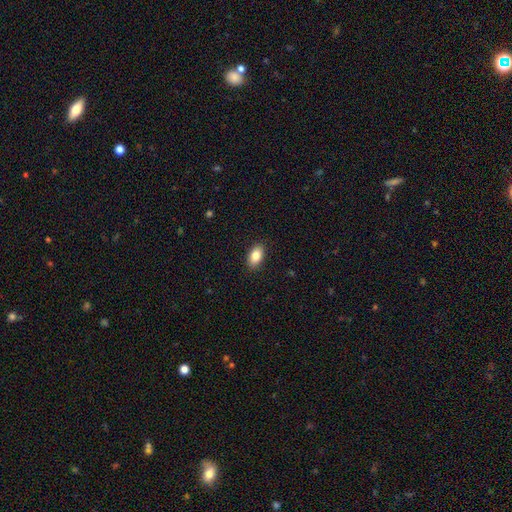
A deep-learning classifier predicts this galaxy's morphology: Q: Smooth or featured?
A: smooth (85%); runner-up: star or artifact (8%)
Q: How rounded?
A: in between (91%); runner-up: round (7%)
Q: Merging?
A: none (90%); runner-up: minor disturbance (8%)